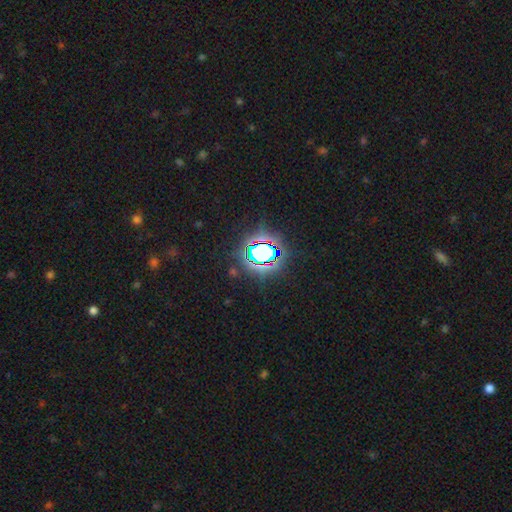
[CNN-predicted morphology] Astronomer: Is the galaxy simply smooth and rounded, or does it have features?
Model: star or artifact — 73%.